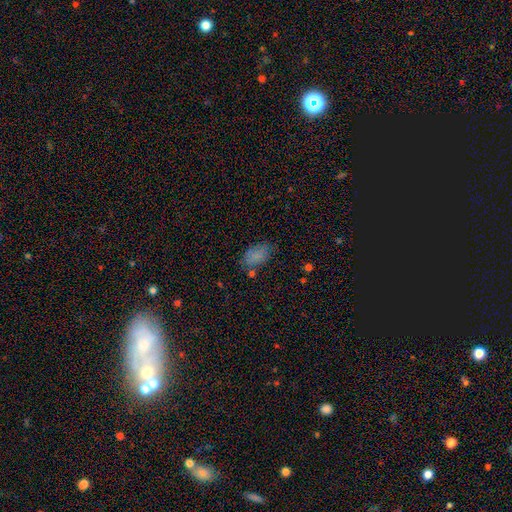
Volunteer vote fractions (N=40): smooth-or-featured: smooth: 88% | featured or disk: 10% | star or artifact: 2%
  how-rounded: in between: 94% | round: 3% | cigar-shaped: 3%
  merging: none: 87% | minor disturbance: 10% | merger: 3% | major disturbance: 0%